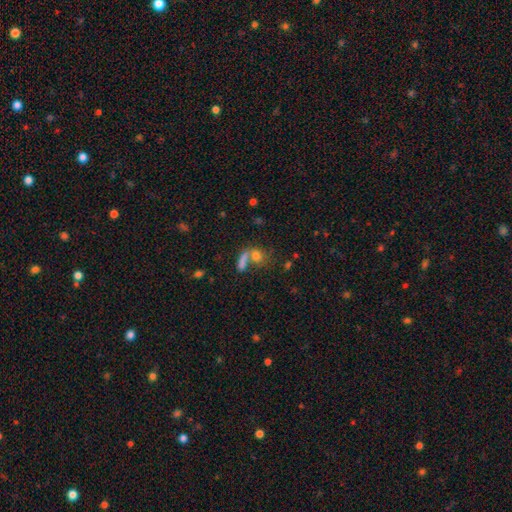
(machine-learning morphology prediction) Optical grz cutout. It shows a smooth galaxy with no disk features (70%) that is round (54%). Merging: none (43%).